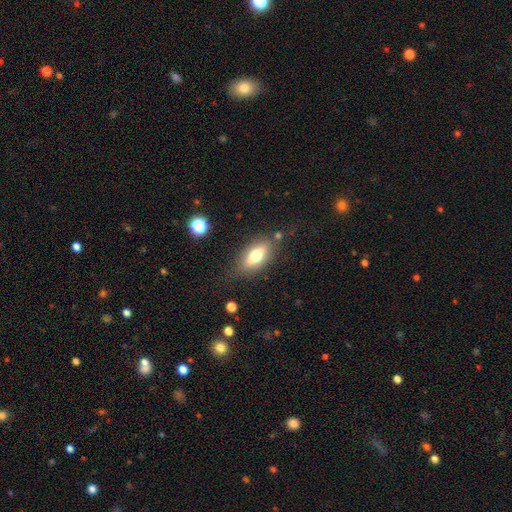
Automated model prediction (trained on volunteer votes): smooth 62%, featured or disk 30%, star or artifact 8%. Down the decision tree: how rounded — in between (78%); merging — none (78%).